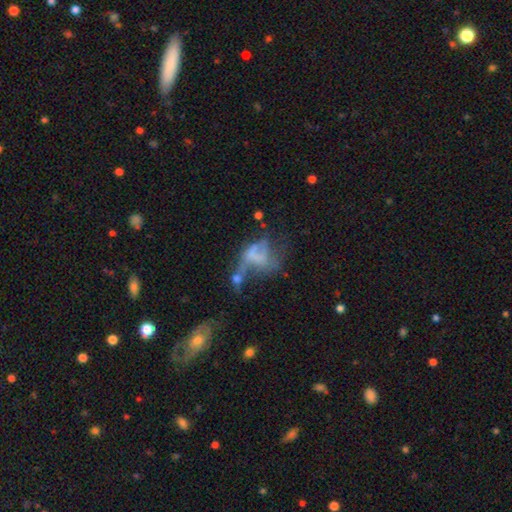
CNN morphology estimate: The model was most divided on "merging": major disturbance: 43%, merger: 27%, none: 18%, minor disturbance: 12%. Remaining: smooth or featured — featured or disk (49%).